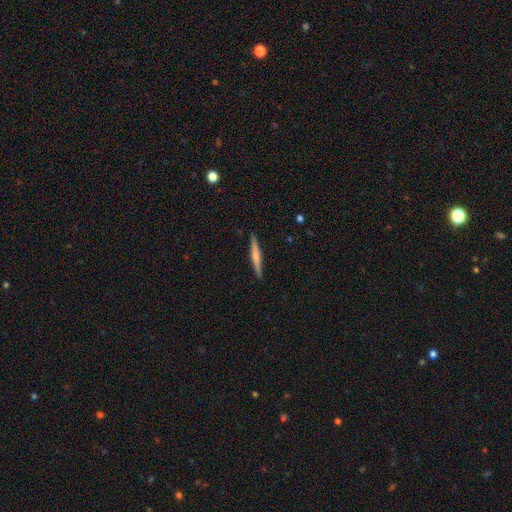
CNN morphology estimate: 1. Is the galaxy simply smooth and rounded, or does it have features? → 53% smooth, 42% featured or disk, 5% star or artifact.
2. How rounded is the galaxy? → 95% cigar-shaped, 3% in between, 1% round.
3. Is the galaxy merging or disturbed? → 92% none, 6% minor disturbance, 1% major disturbance, 1% merger.